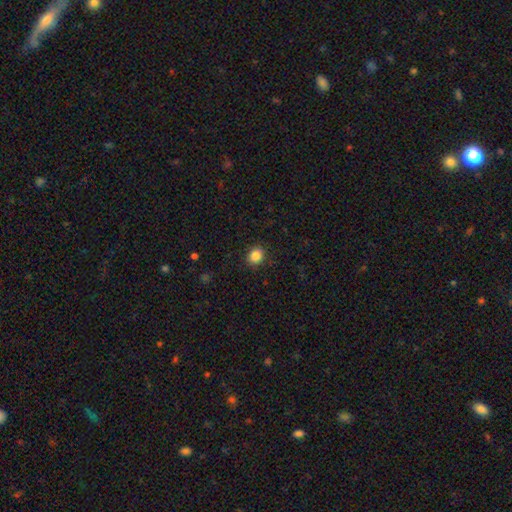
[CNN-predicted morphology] Smooth or featured?
  - smooth: 86% *
  - star or artifact: 10%
  - featured or disk: 4%
How rounded?
  - round: 67% *
  - in between: 33%
  - cigar-shaped: 1%
Merging?
  - none: 90% *
  - minor disturbance: 7%
  - major disturbance: 2%
  - merger: 1%